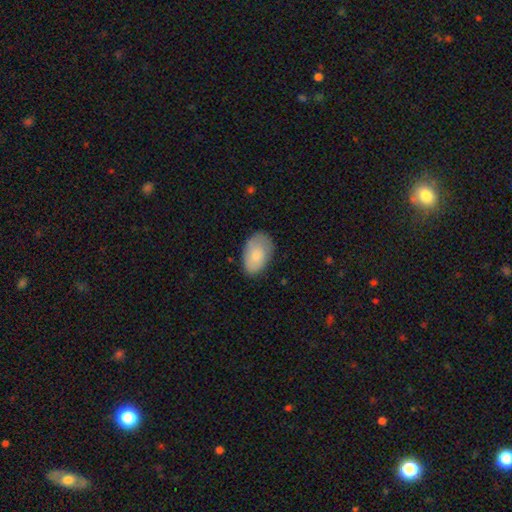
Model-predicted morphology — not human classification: smooth_or_featured: smooth (p=0.80) [alt: featured or disk p=0.13]
how_rounded: in between (p=0.92) [alt: round p=0.07]
merging: none (p=0.74) [alt: minor disturbance p=0.20]